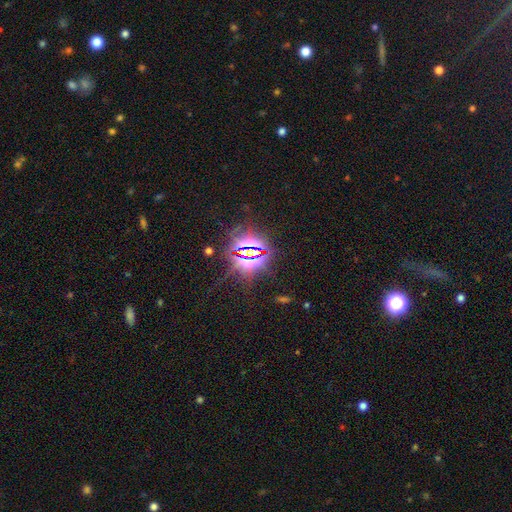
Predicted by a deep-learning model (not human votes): Smooth or featured? star or artifact (82%)